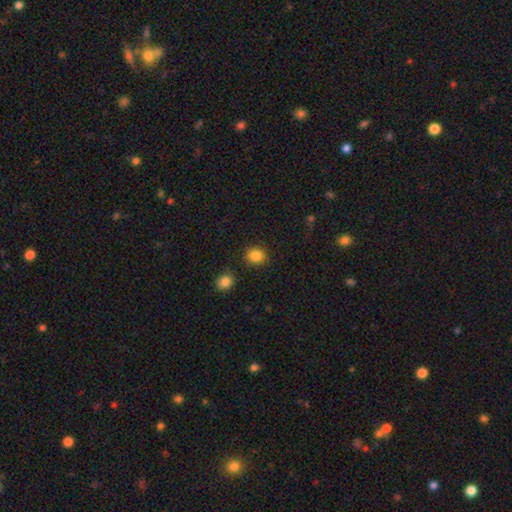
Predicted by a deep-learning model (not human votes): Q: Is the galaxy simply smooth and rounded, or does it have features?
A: smooth — 86%.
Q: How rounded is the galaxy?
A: round — 68%.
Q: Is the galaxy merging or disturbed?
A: none — 87%.